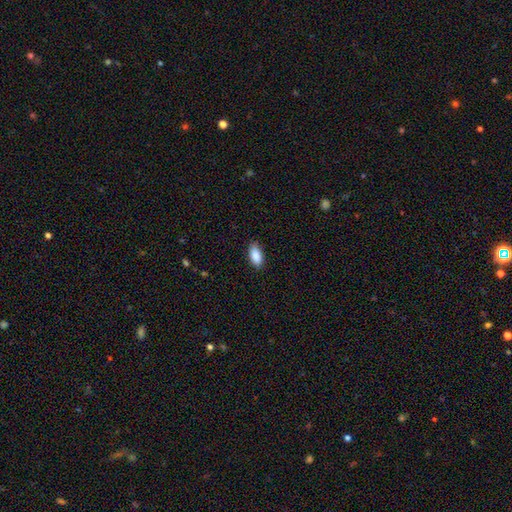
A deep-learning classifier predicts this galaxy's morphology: Smooth or featured?
  - smooth: 89% *
  - star or artifact: 7%
  - featured or disk: 5%
How rounded?
  - in between: 90% *
  - cigar-shaped: 7%
  - round: 3%
Merging?
  - none: 83% *
  - minor disturbance: 14%
  - major disturbance: 2%
  - merger: 1%